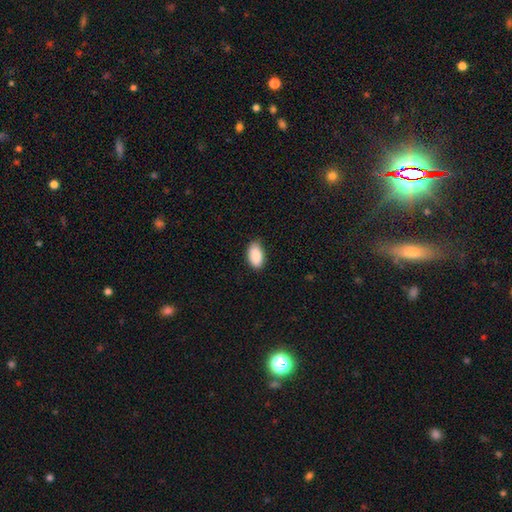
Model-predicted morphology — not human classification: Smooth or featured: smooth — 90% (star or artifact — 6%)
How rounded: in between — 94% (round — 4%)
Merging: none — 81% (minor disturbance — 16%)